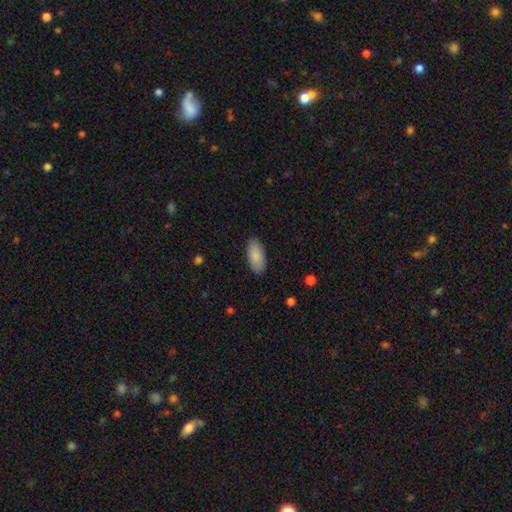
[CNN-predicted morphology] A smooth galaxy with no disk features (88%) that is in between round and cigar-shaped (92%).

Vote fractions:
- Smooth or featured? smooth: 88% / featured or disk: 6% / star or artifact: 6%
- How rounded? in between: 92% / cigar-shaped: 6% / round: 2%
- Merging? none: 89% / minor disturbance: 9% / major disturbance: 2% / merger: 1%